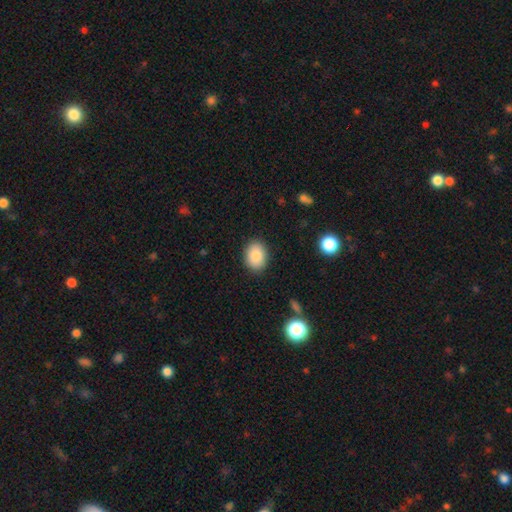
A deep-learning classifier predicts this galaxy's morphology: type=smooth (87%); roundness=in between (70%); merging=none (88%).